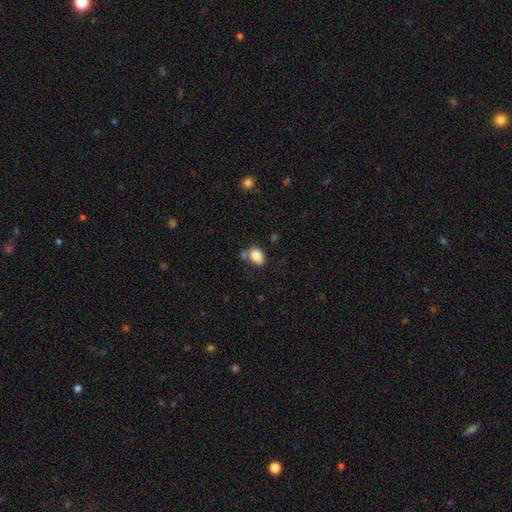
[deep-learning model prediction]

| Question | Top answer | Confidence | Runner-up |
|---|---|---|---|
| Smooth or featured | smooth | 85% | star or artifact (9%) |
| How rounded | in between | 78% | round (21%) |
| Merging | none | 56% | merger (19%) |